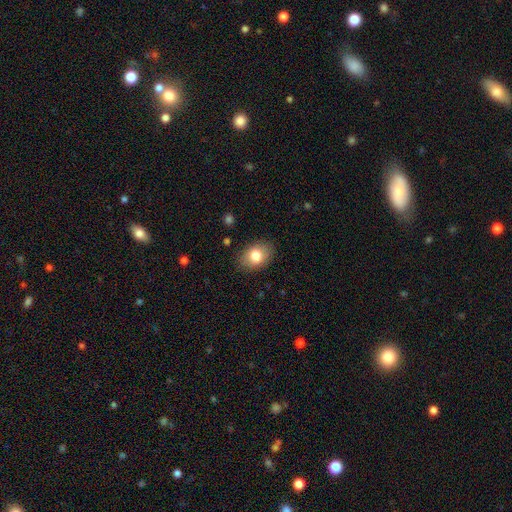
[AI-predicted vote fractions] Smooth or featured: smooth — 80% (featured or disk — 12%)
How rounded: in between — 76% (round — 23%)
Merging: none — 85% (minor disturbance — 11%)